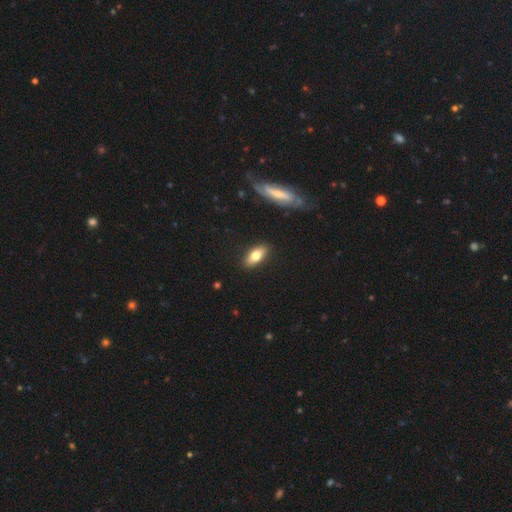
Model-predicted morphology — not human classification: This is likely a smooth galaxy (71%). How rounded: likely in between (79%). Merging: clearly none (87%).